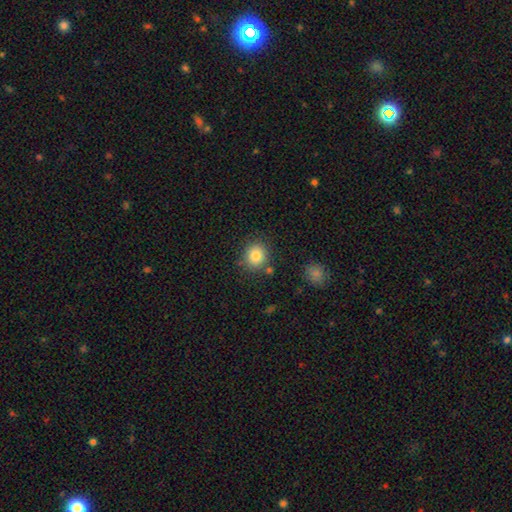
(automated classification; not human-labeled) A smooth galaxy with no disk features (83%) that is round (82%).

Vote fractions:
- Smooth or featured? smooth: 83% / star or artifact: 10% / featured or disk: 7%
- How rounded? round: 82% / in between: 17% / cigar-shaped: 1%
- Merging? none: 81% / minor disturbance: 10% / merger: 6% / major disturbance: 3%